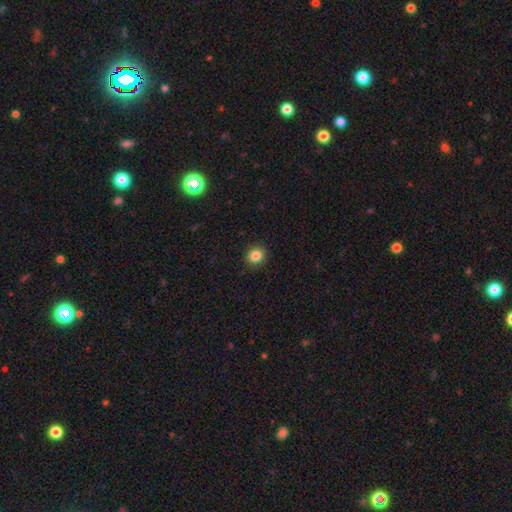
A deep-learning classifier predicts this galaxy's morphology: smooth-or-featured: smooth: 84% | star or artifact: 11% | featured or disk: 5%
  how-rounded: round: 83% | in between: 16% | cigar-shaped: 1%
  merging: none: 91% | minor disturbance: 6% | major disturbance: 2% | merger: 1%